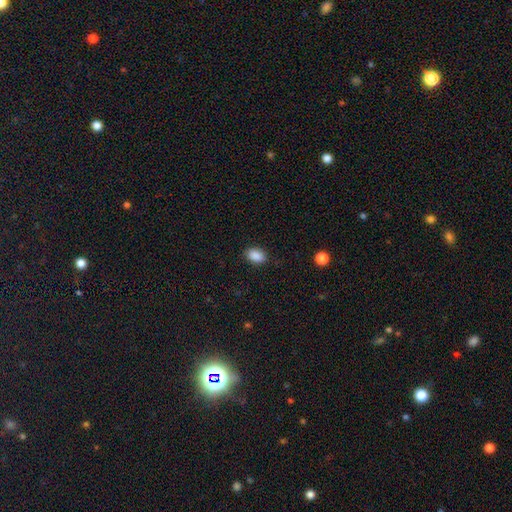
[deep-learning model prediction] Smooth or featured? Predicted: smooth (p=0.89). How rounded? Predicted: in between (p=0.83). Merging? Predicted: none (p=0.87).